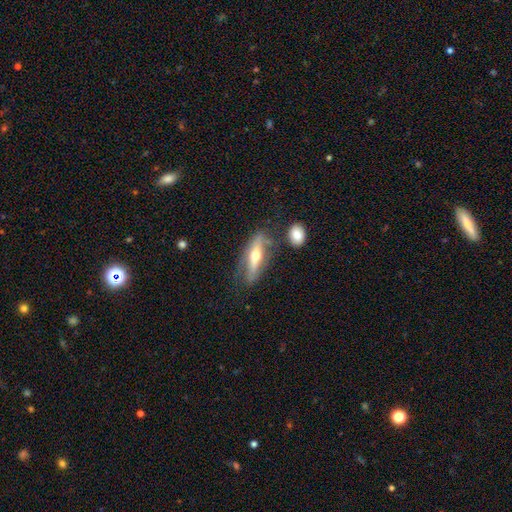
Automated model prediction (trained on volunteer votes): Smooth or featured? featured or disk (56%)
Edge-on disk? yes (70%)
Merging? none (60%)